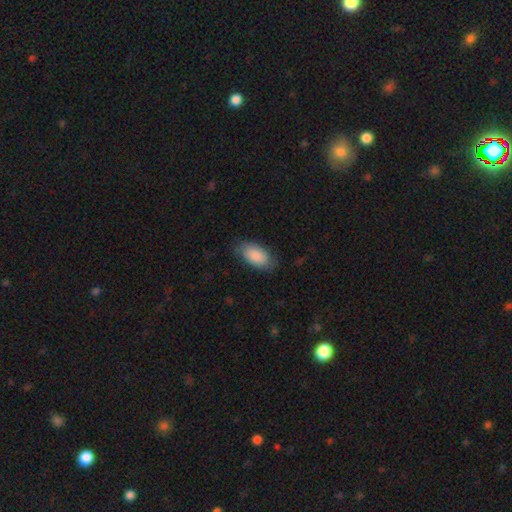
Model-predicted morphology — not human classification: Q: Smooth or featured?
A: smooth (85%); runner-up: featured or disk (9%)
Q: How rounded?
A: in between (94%); runner-up: round (3%)
Q: Merging?
A: none (74%); runner-up: minor disturbance (20%)